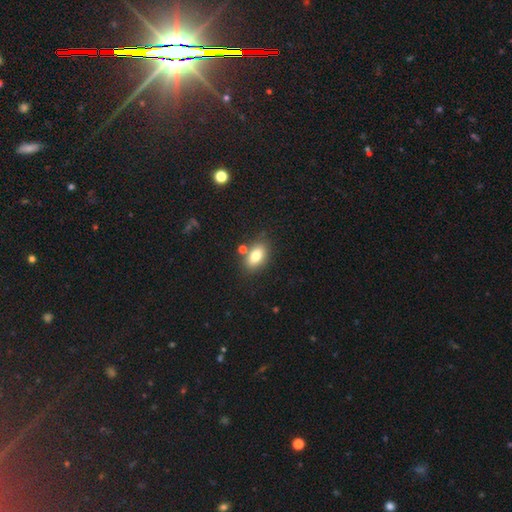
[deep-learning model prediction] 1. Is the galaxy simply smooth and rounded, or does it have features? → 79% smooth, 12% featured or disk, 9% star or artifact.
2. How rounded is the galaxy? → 87% in between, 10% round, 3% cigar-shaped.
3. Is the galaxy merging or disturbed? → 76% none, 11% minor disturbance, 10% merger, 3% major disturbance.